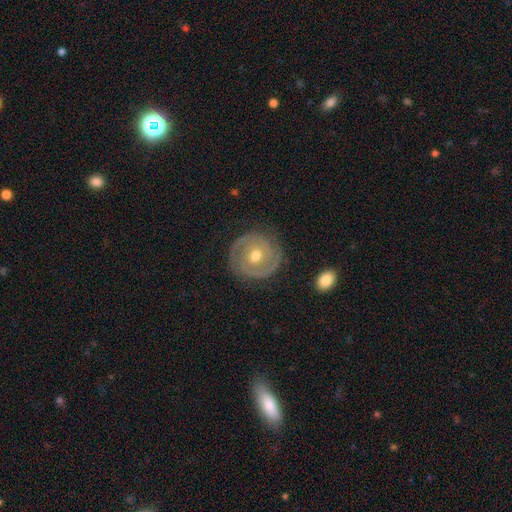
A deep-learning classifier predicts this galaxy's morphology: Smooth or featured: featured or disk — 83% (smooth — 12%)
Edge-on disk: no — 97% (yes — 3%)
Bar: no — 67% (weak — 25%)
Spiral arms: yes — 90% (no — 10%)
Spiral winding: tight — 73% (medium — 22%)
Spiral arm count: 2 — 78% (can't tell — 10%)
Bulge size: moderate — 72% (small — 24%)
Merging: none — 84% (minor disturbance — 11%)